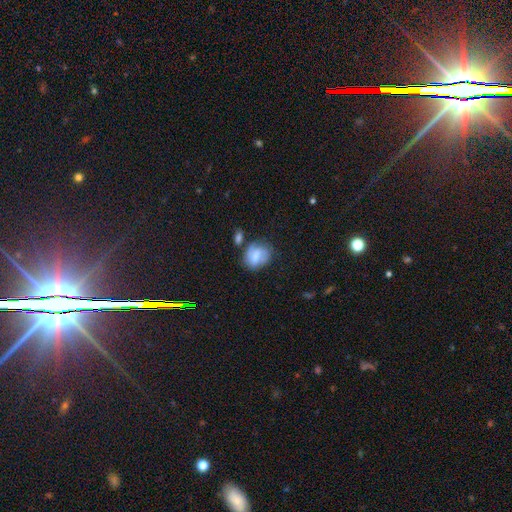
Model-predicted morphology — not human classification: Overall: smooth (60%; featured or disk 31%). How rounded: in between (53%; round 45%). Merging: none (51%; minor disturbance 25%).